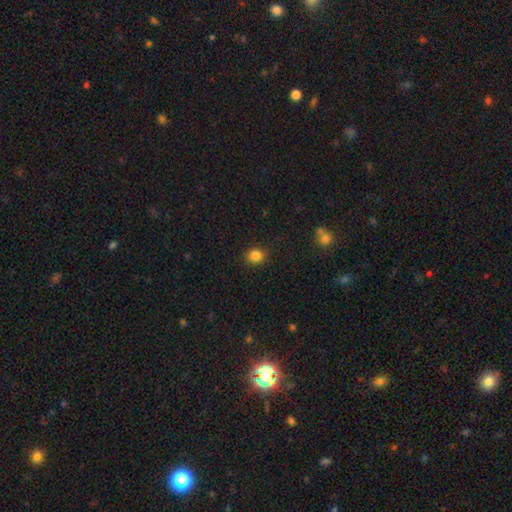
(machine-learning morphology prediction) A smooth galaxy with no disk features (84%) that is round (70%).

Vote fractions:
- Smooth or featured? smooth: 84% / star or artifact: 12% / featured or disk: 4%
- How rounded? round: 70% / in between: 29% / cigar-shaped: 1%
- Merging? none: 88% / minor disturbance: 9% / major disturbance: 2% / merger: 1%